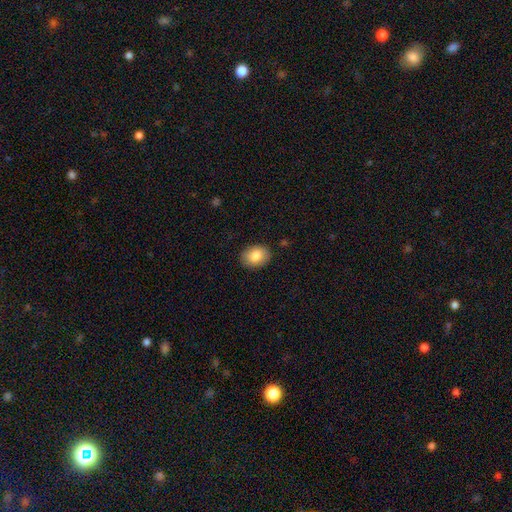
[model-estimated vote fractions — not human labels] smooth-or-featured: smooth: 85% | featured or disk: 8% | star or artifact: 7%
  how-rounded: in between: 65% | round: 34% | cigar-shaped: 1%
  merging: none: 88% | minor disturbance: 9% | major disturbance: 2% | merger: 1%